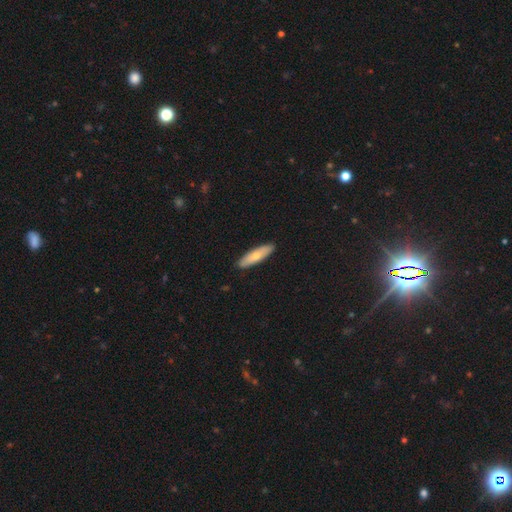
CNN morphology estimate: This is likely a smooth galaxy (64%). How rounded: likely cigar-shaped (60%). Merging: clearly none (90%).